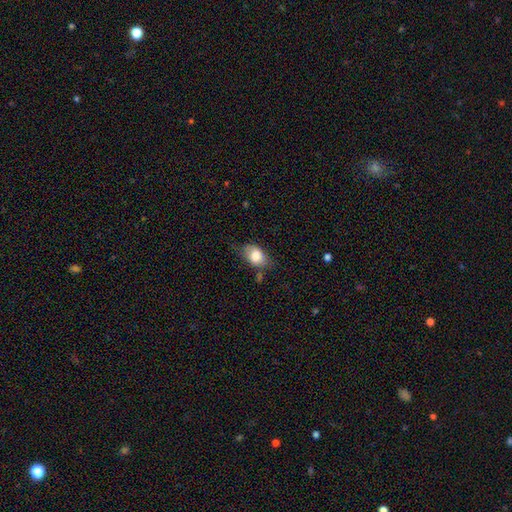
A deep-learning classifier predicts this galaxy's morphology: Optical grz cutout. It shows a smooth galaxy with no disk features (77%) that is in between round and cigar-shaped (79%). Merging: none (55%).